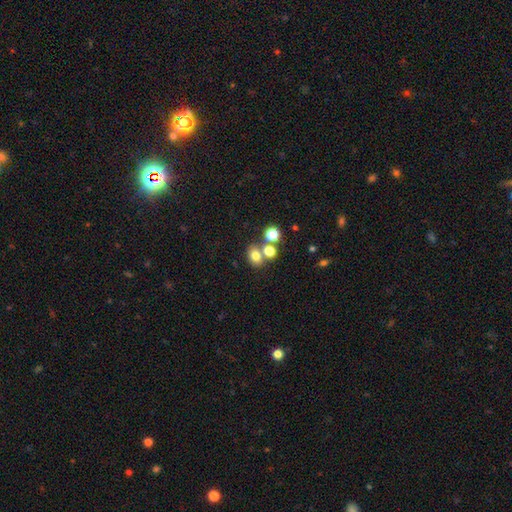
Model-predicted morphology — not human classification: This is likely a smooth galaxy (75%). How rounded: possibly in between (50%). Merging: possibly none (56%).